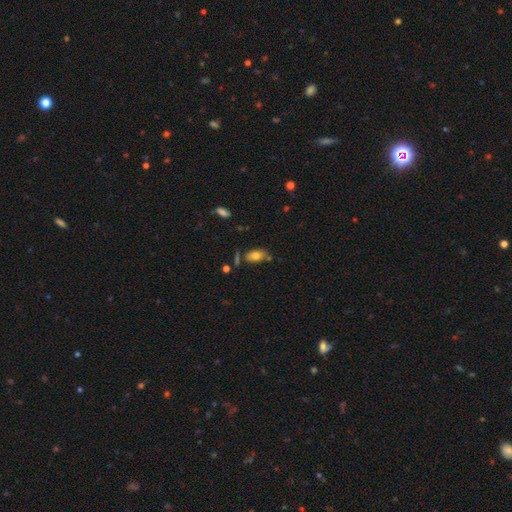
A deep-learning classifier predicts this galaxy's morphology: Overall: smooth (72%). How rounded: in between (90%). Merging: none (63%).